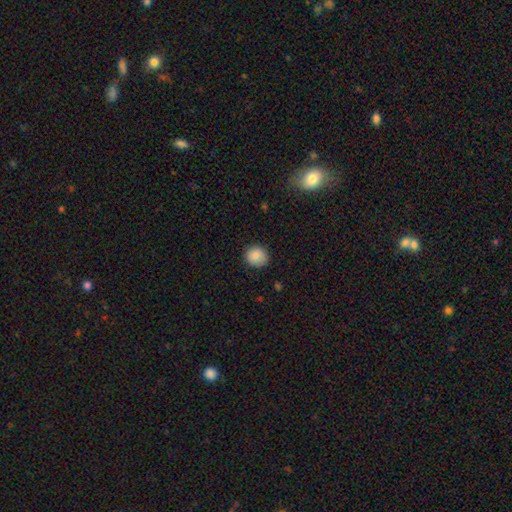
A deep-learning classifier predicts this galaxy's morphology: smooth 86%, star or artifact 9%, featured or disk 5%. Down the decision tree: how rounded — round (80%); merging — none (83%).